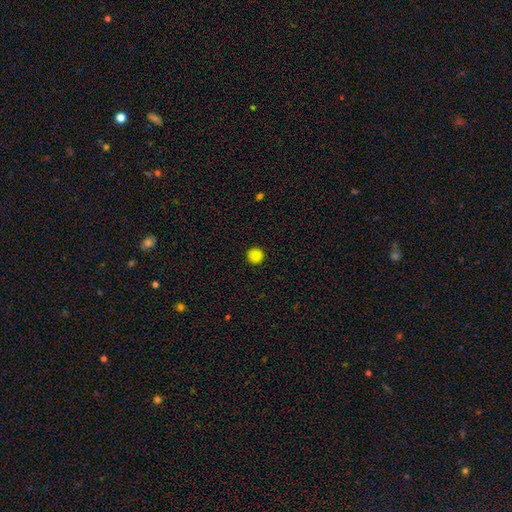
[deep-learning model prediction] This is clearly a smooth galaxy (86%). How rounded: clearly round (95%). Merging: clearly none (92%).